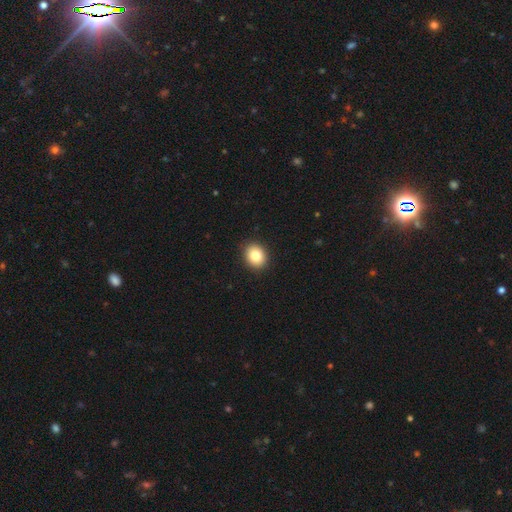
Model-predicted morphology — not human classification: Overall: smooth (83%). How rounded: round (56%; in between 43%). Merging: none (91%).